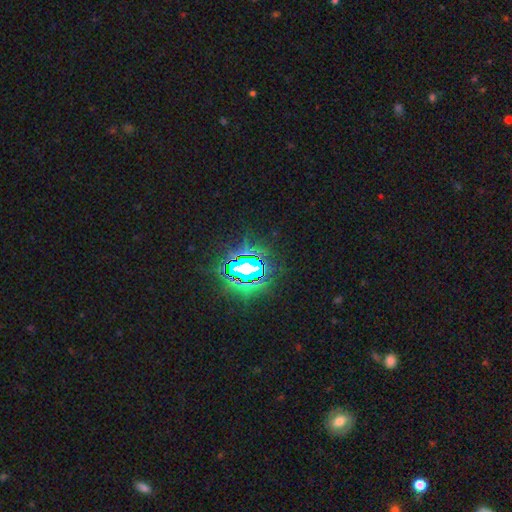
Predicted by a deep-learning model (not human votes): Morphology: type=star or artifact (81%).